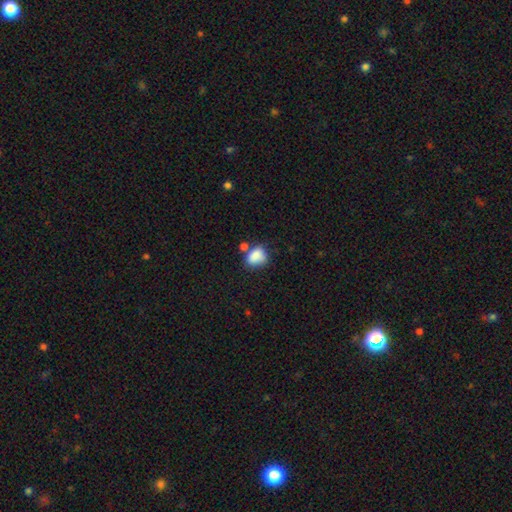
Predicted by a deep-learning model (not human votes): Smooth or featured?
  - smooth: 84% *
  - star or artifact: 9%
  - featured or disk: 7%
How rounded?
  - in between: 61% *
  - round: 38%
  - cigar-shaped: 1%
Merging?
  - none: 46% *
  - minor disturbance: 23%
  - merger: 22%
  - major disturbance: 8%